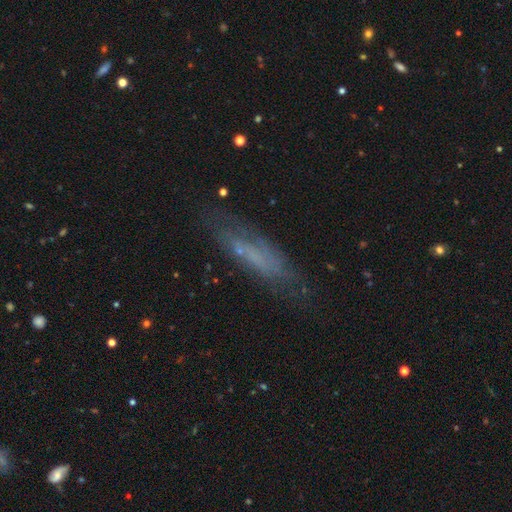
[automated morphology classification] The model was most divided on "smooth or featured": smooth: 45%, featured or disk: 43%, star or artifact: 13%. More confident: merging — none (68%).